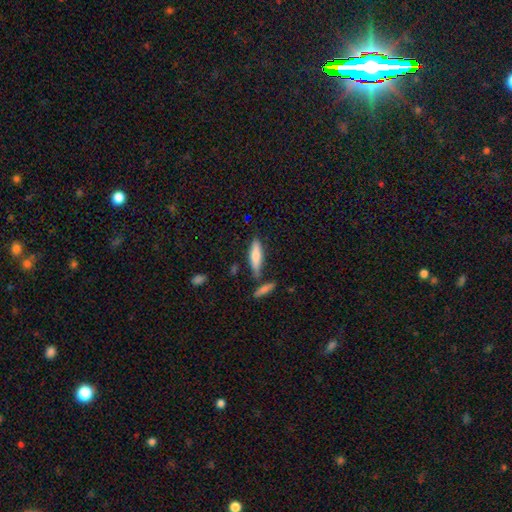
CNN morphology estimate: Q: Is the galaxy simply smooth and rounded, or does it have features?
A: smooth — 70%.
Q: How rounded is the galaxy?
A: cigar-shaped — 67%.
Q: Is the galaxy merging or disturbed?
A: none — 70%.